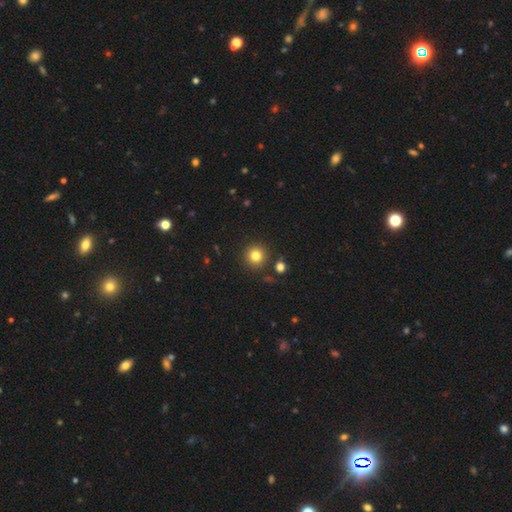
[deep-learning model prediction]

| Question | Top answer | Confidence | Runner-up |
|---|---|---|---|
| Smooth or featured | smooth | 81% | star or artifact (12%) |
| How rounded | round | 94% | in between (5%) |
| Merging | none | 87% | minor disturbance (6%) |